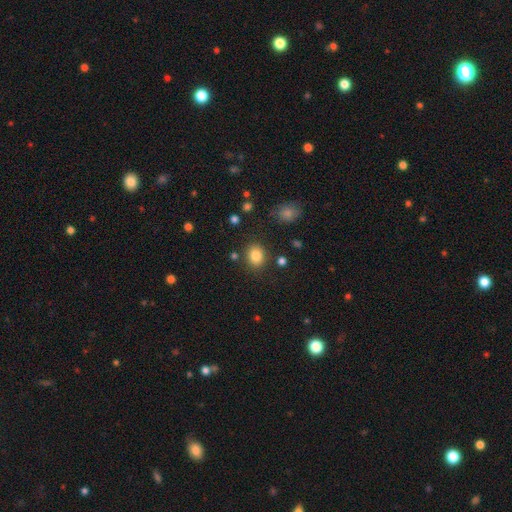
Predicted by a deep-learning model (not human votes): This is clearly a smooth galaxy (83%). How rounded: possibly round (58%). Merging: clearly none (83%).